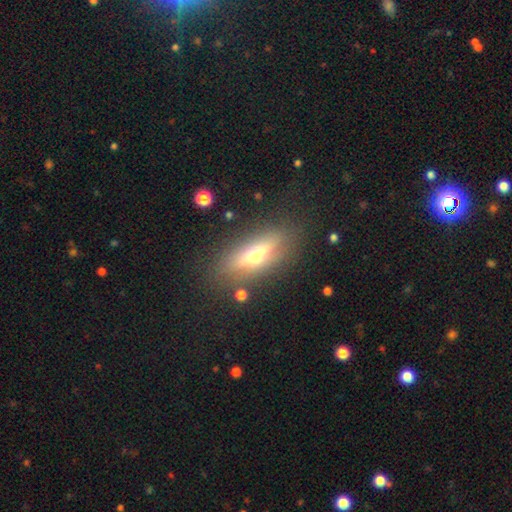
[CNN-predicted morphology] Smooth or featured?
  - featured or disk: 48% *
  - smooth: 42%
  - star or artifact: 10%
Merging?
  - none: 81% *
  - minor disturbance: 11%
  - major disturbance: 6%
  - merger: 2%